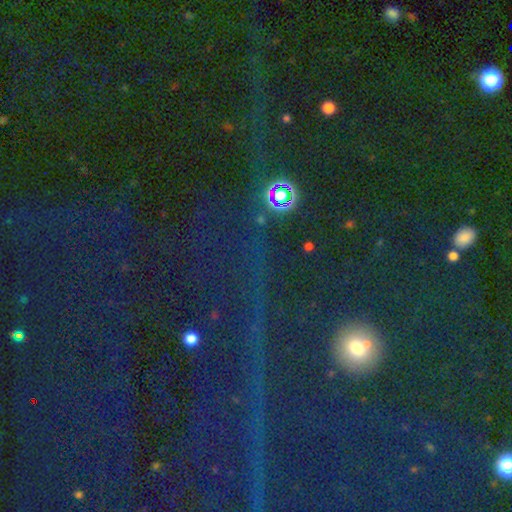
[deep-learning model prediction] This appears to be a star or artifact, not a galaxy (70%).